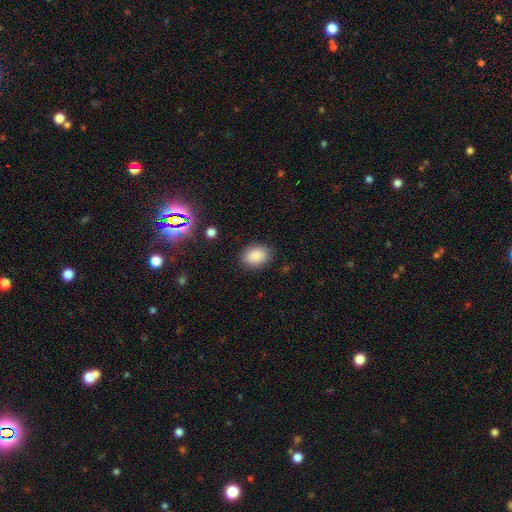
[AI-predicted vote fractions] This appears to be a smooth galaxy with no disk features (87%) that is in between round and cigar-shaped (68%). Merging: none (86%).